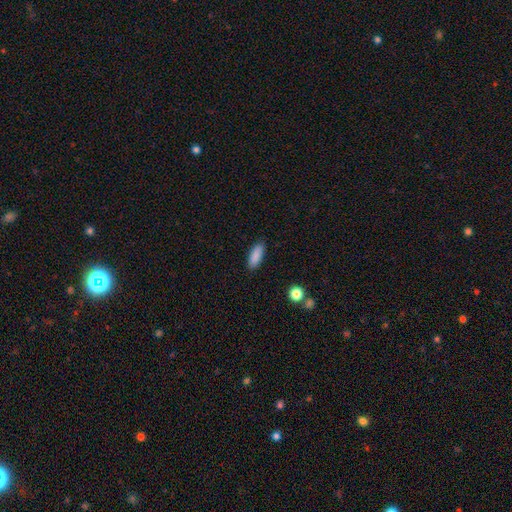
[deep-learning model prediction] Smooth or featured? smooth (89%)
How rounded? in between (67%)
Merging? none (88%)